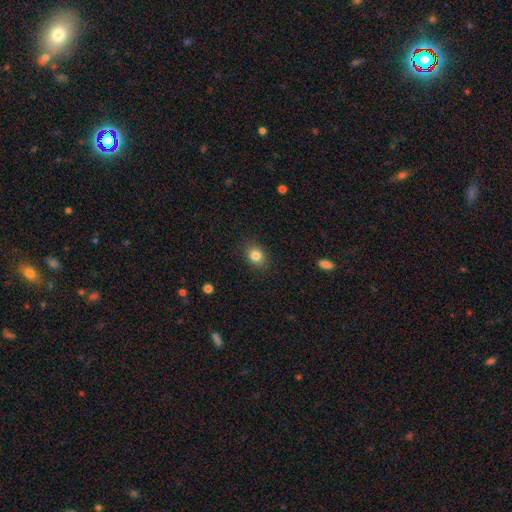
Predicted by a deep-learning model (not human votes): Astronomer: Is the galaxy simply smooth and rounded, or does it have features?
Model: smooth — 83%.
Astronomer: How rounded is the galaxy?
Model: round — 55% (runner-up: in between, 44%).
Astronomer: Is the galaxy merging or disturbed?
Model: none — 87%.